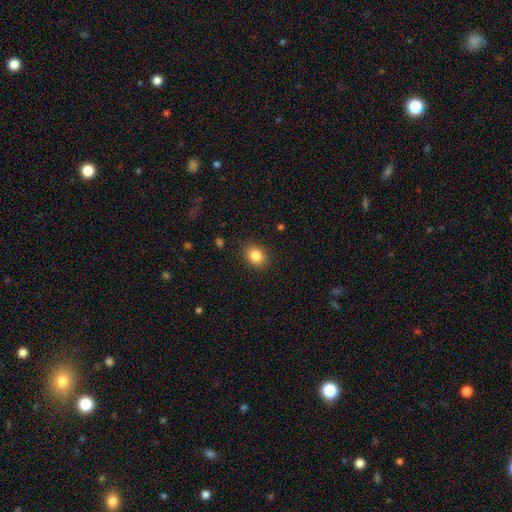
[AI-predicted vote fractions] Q: Smooth or featured?
A: smooth (85%); runner-up: star or artifact (9%)
Q: How rounded?
A: in between (58%); runner-up: round (41%)
Q: Merging?
A: none (88%); runner-up: minor disturbance (8%)